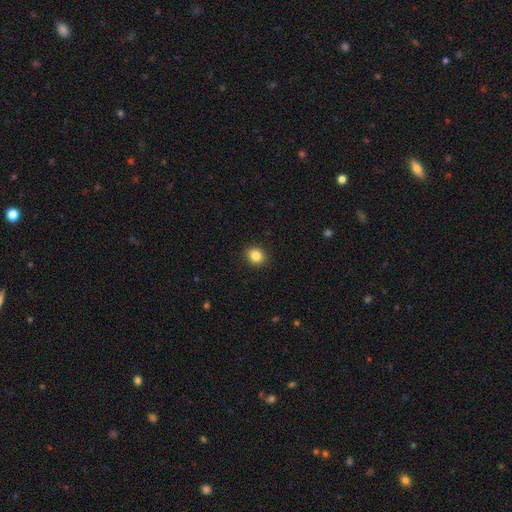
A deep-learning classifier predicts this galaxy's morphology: Smooth or featured?
  - smooth: 85% *
  - star or artifact: 10%
  - featured or disk: 5%
How rounded?
  - round: 68% *
  - in between: 31%
  - cigar-shaped: 1%
Merging?
  - none: 91% *
  - minor disturbance: 6%
  - major disturbance: 2%
  - merger: 1%